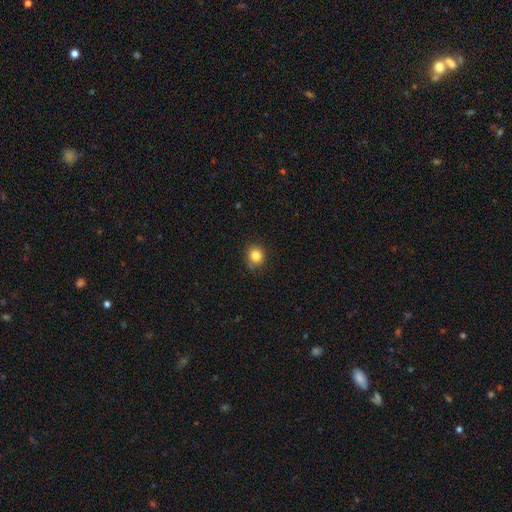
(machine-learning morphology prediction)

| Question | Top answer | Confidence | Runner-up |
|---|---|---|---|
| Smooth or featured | smooth | 83% | star or artifact (11%) |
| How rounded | round | 81% | in between (18%) |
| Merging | none | 82% | minor disturbance (14%) |